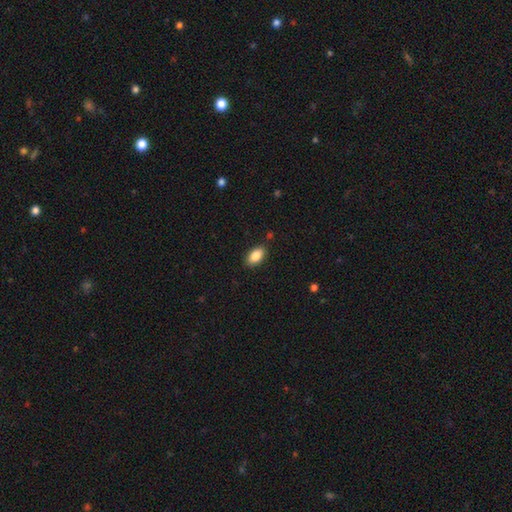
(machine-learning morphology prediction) This is clearly a smooth galaxy (86%). How rounded: clearly in between (92%). Merging: clearly none (87%).